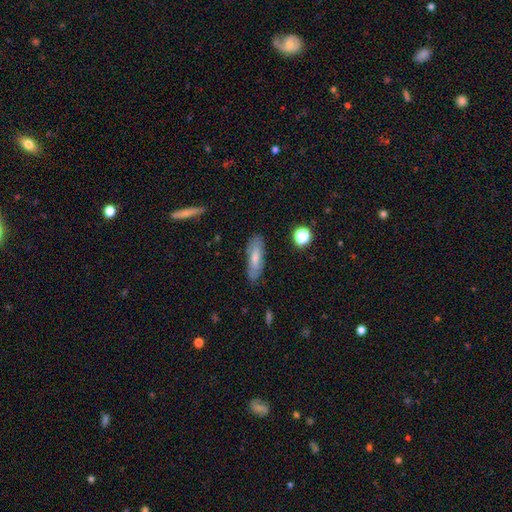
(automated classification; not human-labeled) Smooth or featured? smooth (58%)
How rounded? cigar-shaped (56%)
Merging? none (83%)